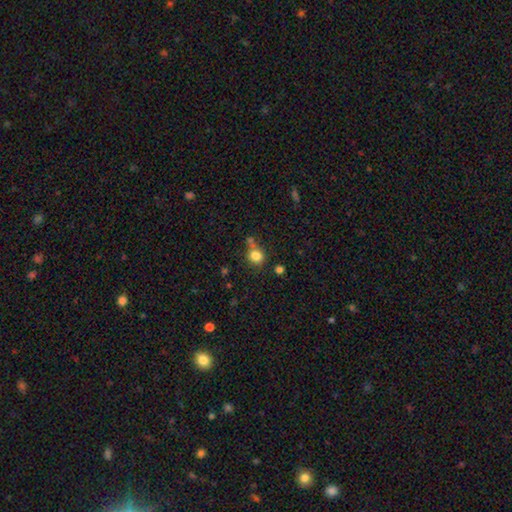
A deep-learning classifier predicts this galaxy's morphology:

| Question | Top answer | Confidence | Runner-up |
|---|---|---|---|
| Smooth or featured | smooth | 81% | star or artifact (12%) |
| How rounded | round | 78% | in between (21%) |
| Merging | none | 60% | merger (18%) |